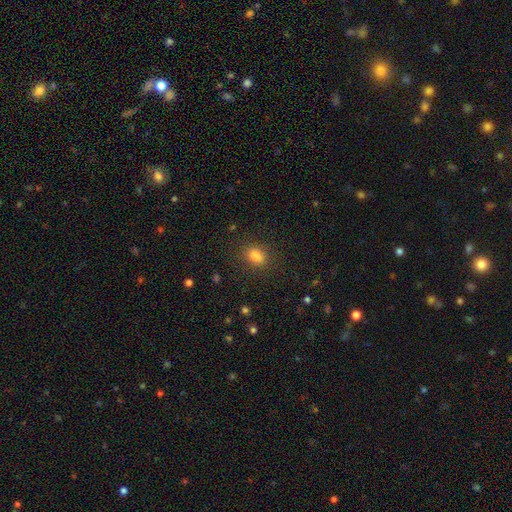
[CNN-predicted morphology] A smooth galaxy with no disk features (81%) that is in between round and cigar-shaped (65%).

Vote fractions:
- Smooth or featured? smooth: 81% / star or artifact: 12% / featured or disk: 7%
- How rounded? in between: 65% / round: 33% / cigar-shaped: 2%
- Merging? none: 84% / minor disturbance: 11% / major disturbance: 4% / merger: 2%